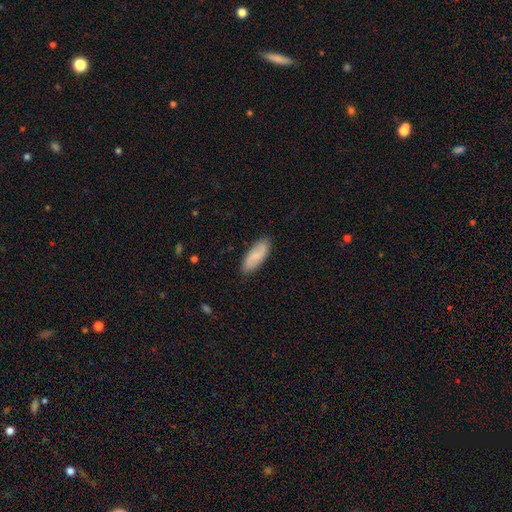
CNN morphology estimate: The model was most divided on "smooth or featured": smooth: 64%, featured or disk: 30%, star or artifact: 6%. More confident: merging — none (85%); how rounded — in between (76%).